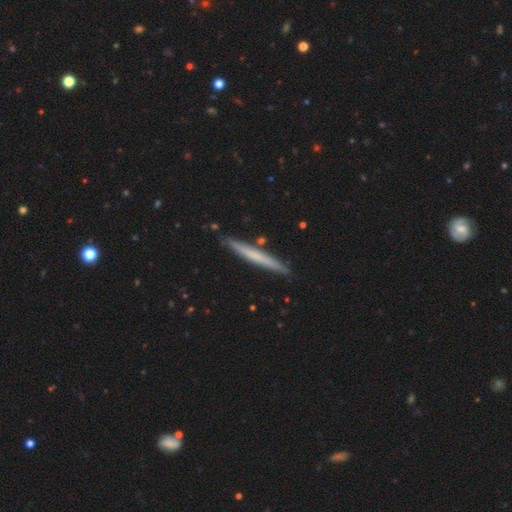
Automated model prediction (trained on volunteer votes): Q: Smooth or featured?
A: smooth (55%); runner-up: featured or disk (40%)
Q: How rounded?
A: cigar-shaped (97%); runner-up: in between (2%)
Q: Merging?
A: none (88%); runner-up: minor disturbance (8%)